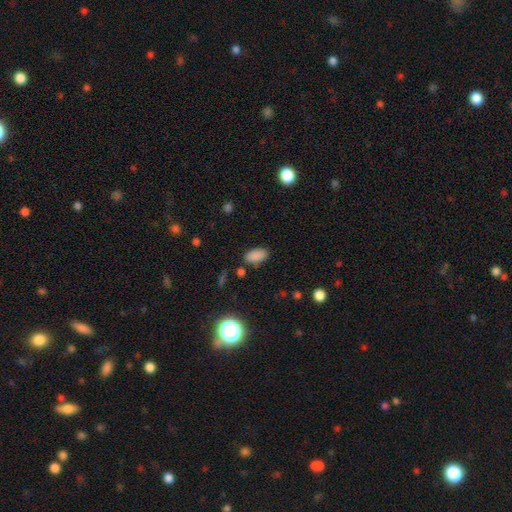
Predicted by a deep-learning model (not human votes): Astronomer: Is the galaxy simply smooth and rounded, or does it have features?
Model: smooth — 84%.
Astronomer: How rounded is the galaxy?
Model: in between — 93%.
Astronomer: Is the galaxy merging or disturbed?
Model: none — 82%.